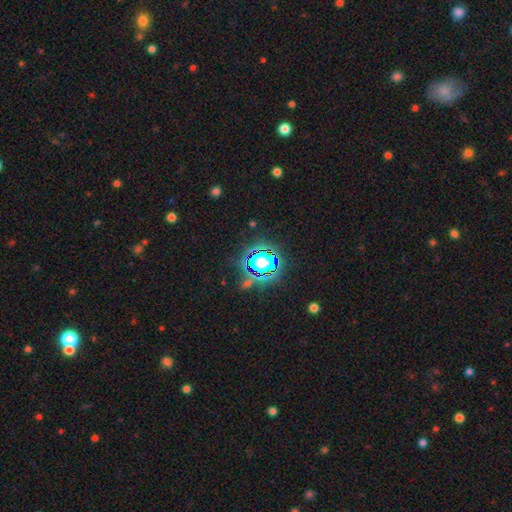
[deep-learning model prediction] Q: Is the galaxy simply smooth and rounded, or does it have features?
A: star or artifact — 66%.